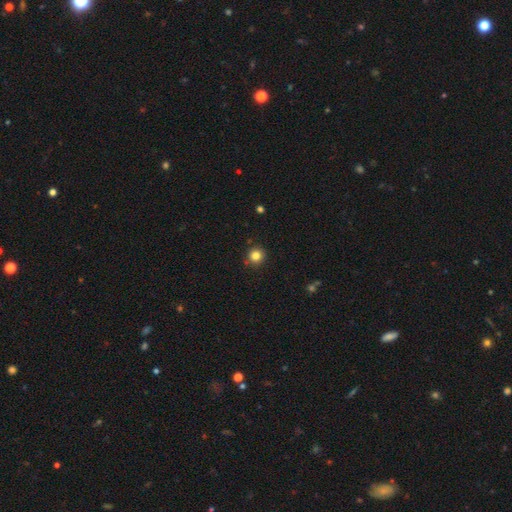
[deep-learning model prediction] This appears to be a smooth galaxy with no disk features (83%) that is round (93%). Merging: none (89%).